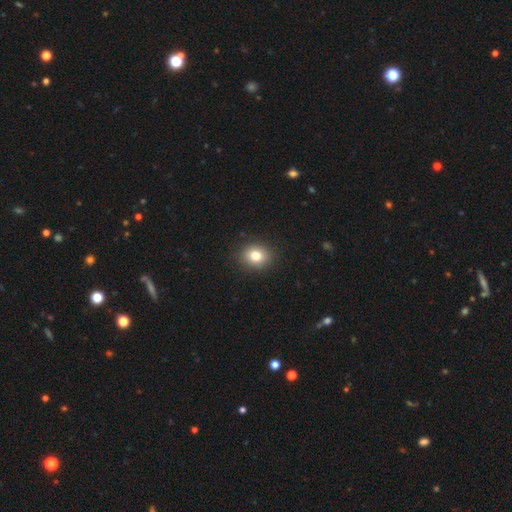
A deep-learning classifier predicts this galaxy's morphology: smooth_or_featured: smooth (p=0.80) [alt: star or artifact p=0.12]
how_rounded: round (p=0.72) [alt: in between p=0.27]
merging: none (p=0.90) [alt: minor disturbance p=0.07]